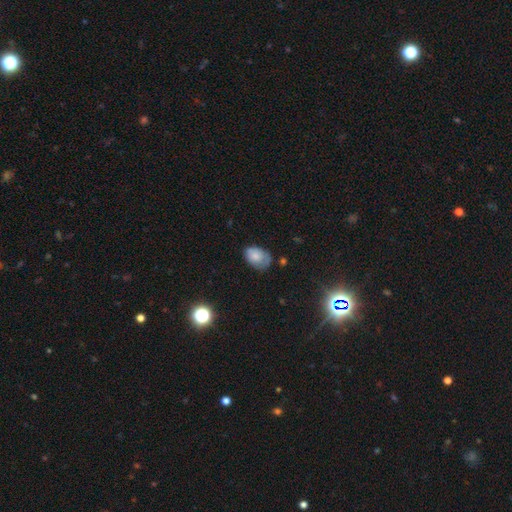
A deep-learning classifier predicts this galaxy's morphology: Q: Smooth or featured?
A: smooth (72%); runner-up: featured or disk (18%)
Q: How rounded?
A: in between (83%); runner-up: round (16%)
Q: Merging?
A: none (54%); runner-up: minor disturbance (33%)